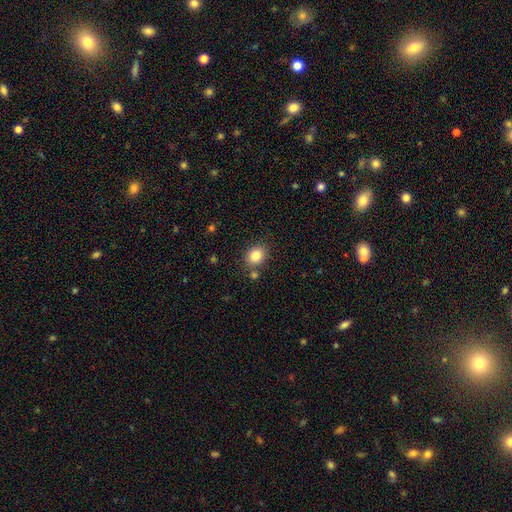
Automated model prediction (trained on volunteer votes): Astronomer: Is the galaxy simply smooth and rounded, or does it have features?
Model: smooth — 83%.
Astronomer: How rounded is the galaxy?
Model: round — 54% (runner-up: in between, 45%).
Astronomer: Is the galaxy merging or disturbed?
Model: none — 79%.